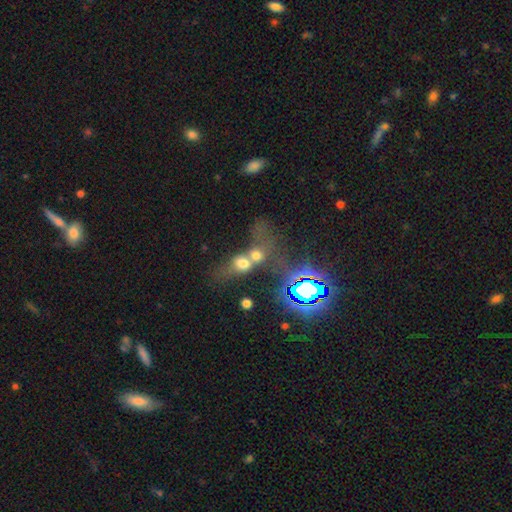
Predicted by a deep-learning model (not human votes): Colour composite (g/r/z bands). It shows a smooth galaxy with no disk features (56%) that is round (52%). Merging: merger (70%).